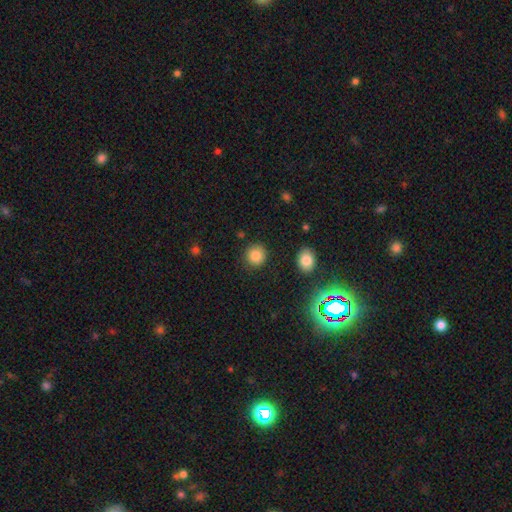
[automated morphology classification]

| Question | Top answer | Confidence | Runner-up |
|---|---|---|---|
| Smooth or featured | smooth | 85% | star or artifact (10%) |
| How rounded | round | 89% | in between (10%) |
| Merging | none | 88% | minor disturbance (7%) |